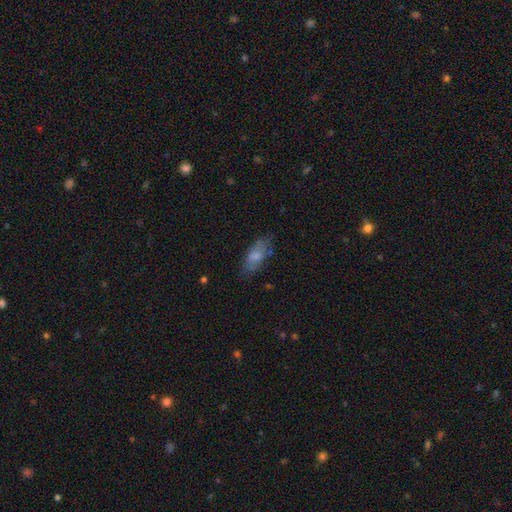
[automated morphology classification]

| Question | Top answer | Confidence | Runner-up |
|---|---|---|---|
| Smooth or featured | smooth | 67% | featured or disk (25%) |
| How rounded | in between | 77% | cigar-shaped (21%) |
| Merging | none | 66% | minor disturbance (22%) |